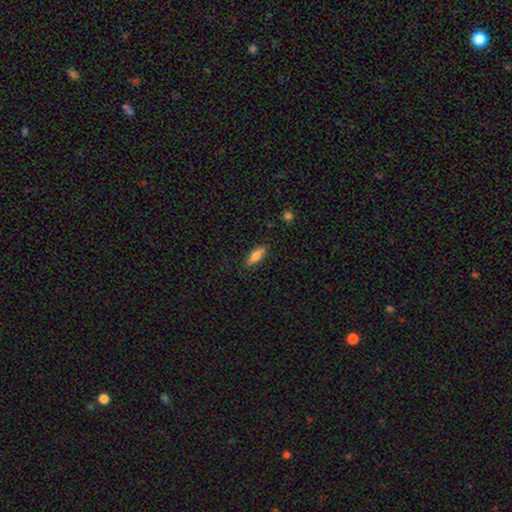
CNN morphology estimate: The model was most divided on "how rounded": in between: 61%, cigar-shaped: 37%, round: 2%. More confident: merging — none (85%); smooth or featured — smooth (78%).